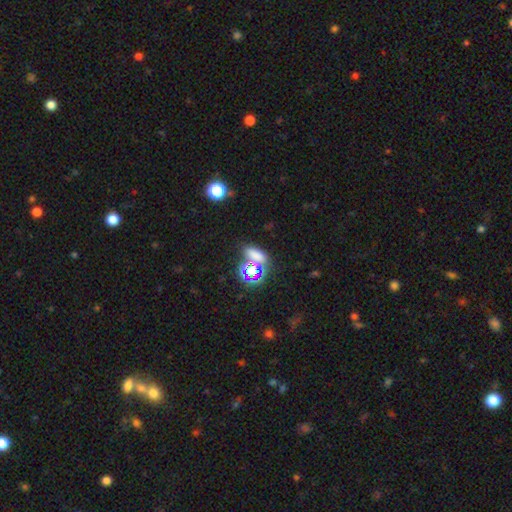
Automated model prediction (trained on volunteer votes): Smooth or featured: smooth — 56% (star or artifact — 35%)
How rounded: in between — 64% (round — 22%)
Merging: none — 62% (merger — 21%)